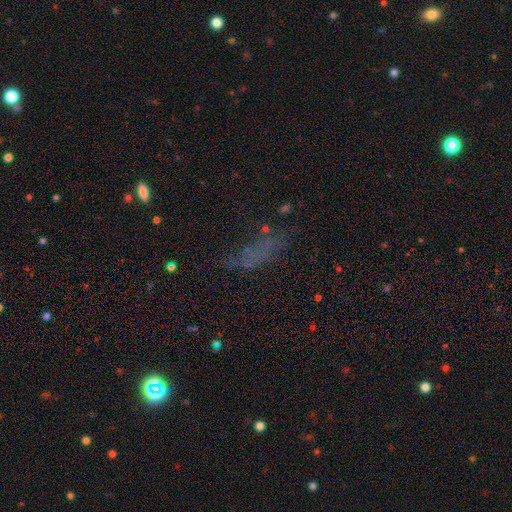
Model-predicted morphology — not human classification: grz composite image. It shows a smooth galaxy with no disk features (44%). Merging: none (49%).